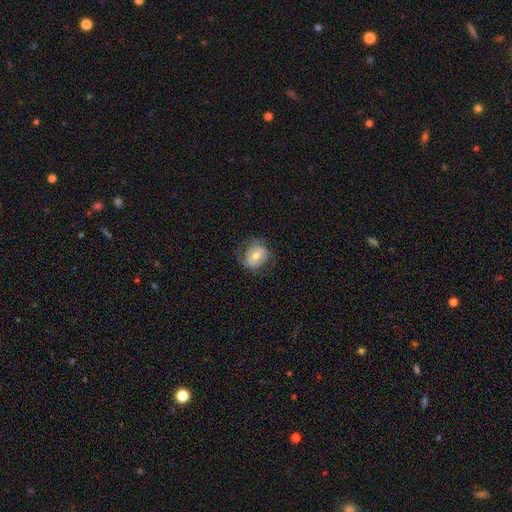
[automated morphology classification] The model was most divided on "how rounded": round: 58%, in between: 41%, cigar-shaped: 1%. More confident: merging — none (66%); smooth or featured — smooth (54%).